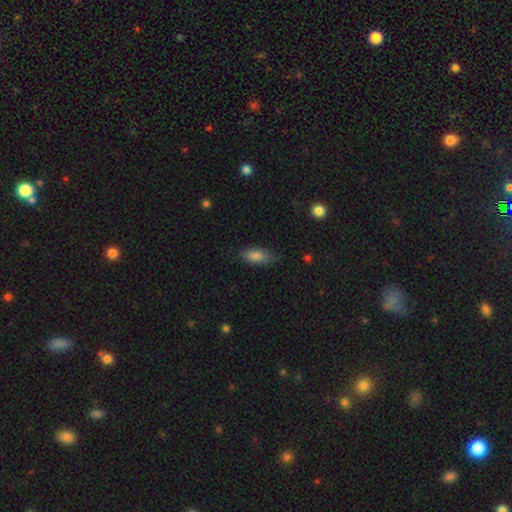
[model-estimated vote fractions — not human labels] Smooth or featured: smooth — 83% (featured or disk — 10%)
How rounded: in between — 78% (cigar-shaped — 19%)
Merging: none — 75% (minor disturbance — 20%)